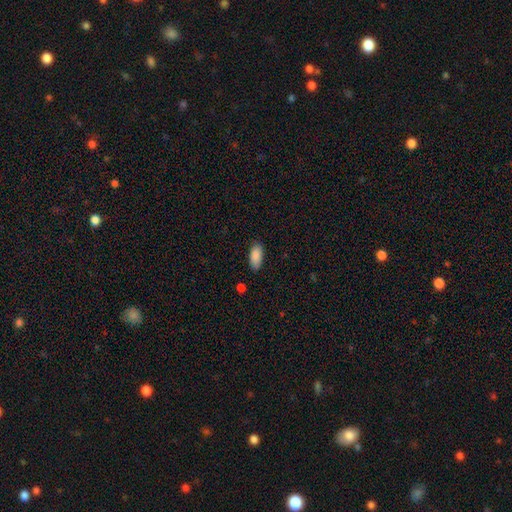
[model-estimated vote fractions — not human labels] Morphology: type=smooth (89%); roundness=in between (89%); merging=none (83%).